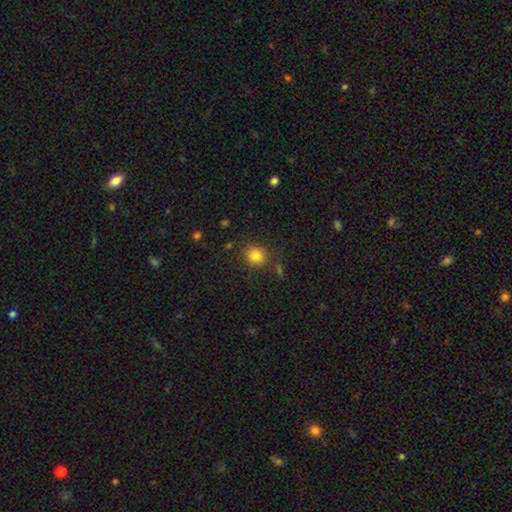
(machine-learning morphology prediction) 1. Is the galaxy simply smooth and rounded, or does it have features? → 83% smooth, 12% star or artifact, 6% featured or disk.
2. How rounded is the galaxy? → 82% round, 17% in between, 1% cigar-shaped.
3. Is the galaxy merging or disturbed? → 83% none, 10% minor disturbance, 4% merger, 3% major disturbance.